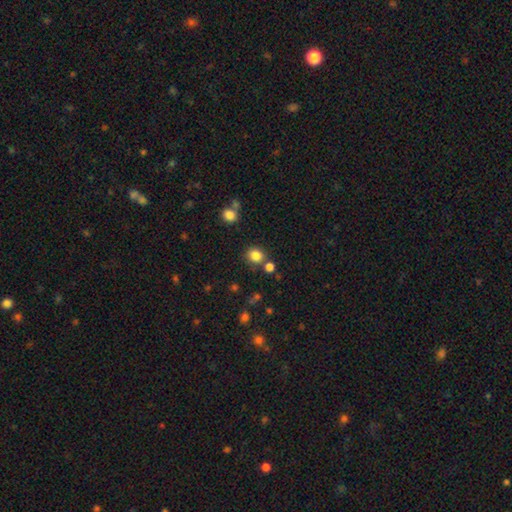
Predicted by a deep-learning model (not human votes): Smooth or featured? smooth (83%)
How rounded? round (76%)
Merging? none (73%)